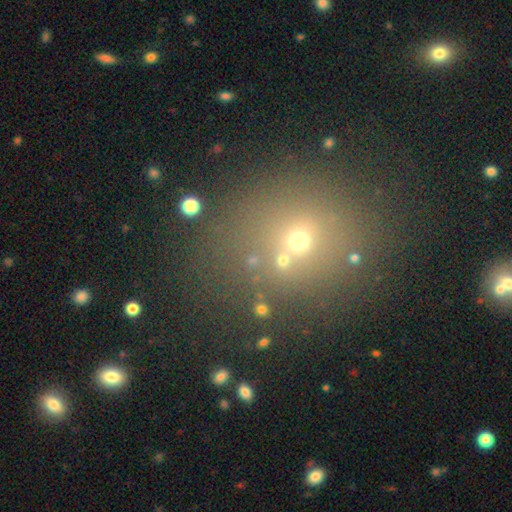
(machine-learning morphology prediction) The model was most divided on "smooth or featured": smooth: 51%, star or artifact: 35%, featured or disk: 14%. More confident: how rounded — round (78%); merging — none (73%).